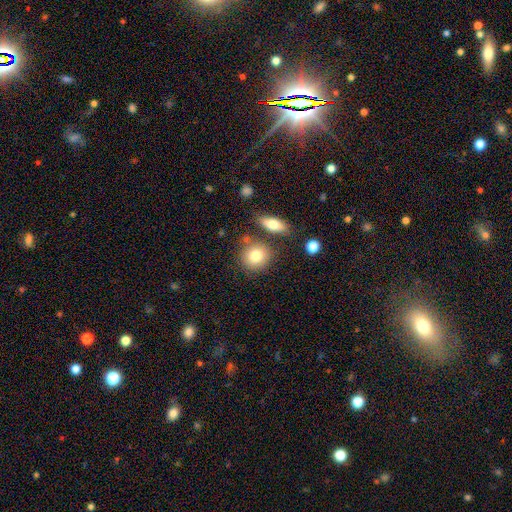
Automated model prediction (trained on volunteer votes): Smooth or featured? smooth (80%)
How rounded? round (82%)
Merging? none (72%)